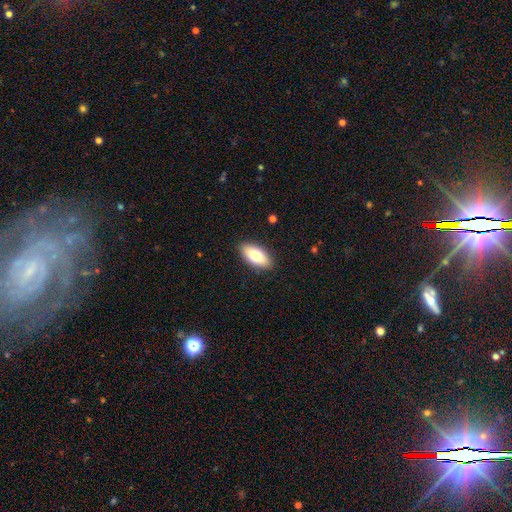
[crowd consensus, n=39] Smooth or featured?
  - smooth: 69% *
  - featured or disk: 23%
  - star or artifact: 8%
How rounded?
  - in between: 96% *
  - cigar-shaped: 4%
  - round: 0%
Merging?
  - none: 89% *
  - minor disturbance: 8%
  - major disturbance: 3%
  - merger: 0%